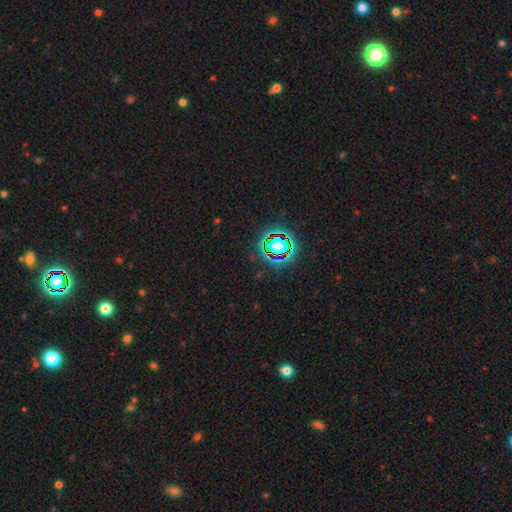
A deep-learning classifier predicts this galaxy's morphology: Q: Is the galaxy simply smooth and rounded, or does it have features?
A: star or artifact — 81%.